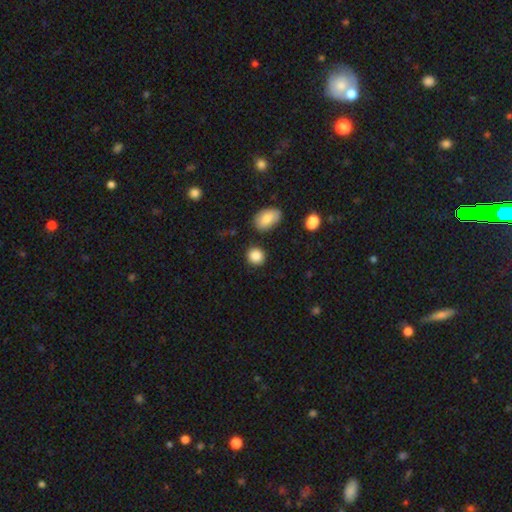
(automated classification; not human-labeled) smooth 87%, star or artifact 8%, featured or disk 4%. Down the decision tree: how rounded — round (81%); merging — none (84%).